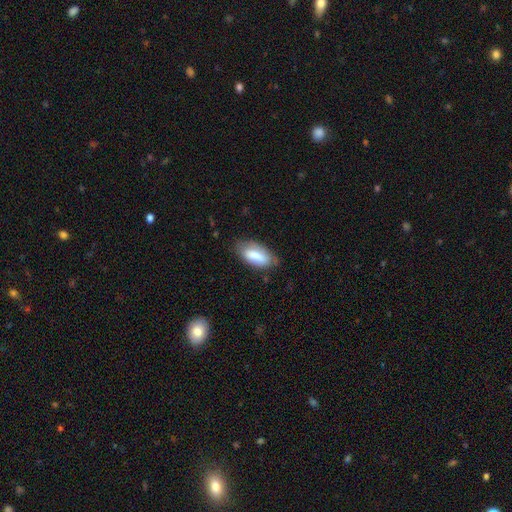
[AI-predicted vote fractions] This is likely a smooth galaxy (78%). How rounded: clearly in between (89%). Merging: likely none (72%).